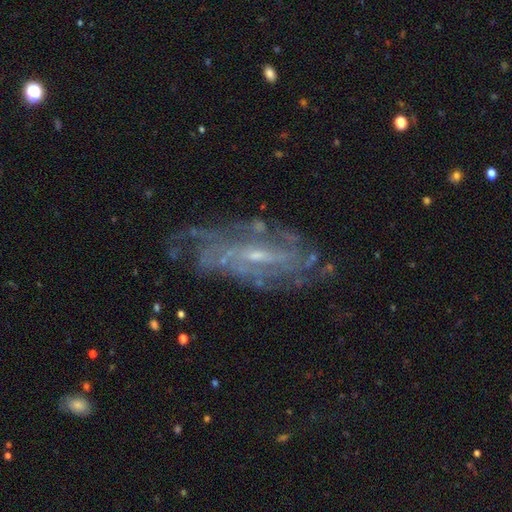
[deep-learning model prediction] A featured or disk galaxy (85%) with a weak bar (47%), tight (53%) spiral arms (89%) and a small central bulge (68%).

Vote fractions:
- Smooth or featured? featured or disk: 85% / smooth: 8% / star or artifact: 7%
- Edge-on disk? no: 90% / yes: 10%
- Bar? weak: 47% / no: 36% / strong: 17%
- Spiral arms? yes: 89% / no: 11%
- Spiral winding? tight: 53% / medium: 35% / loose: 12%
- Spiral arm count? can't tell: 48% / 2: 15% / 4: 13% / 3: 11% / more than 4: 8% / 1: 6%
- Bulge size? small: 68% / moderate: 25% / none: 5% / large: 1% / dominant: 1%
- Merging? none: 67% / minor disturbance: 20% / major disturbance: 11% / merger: 2%